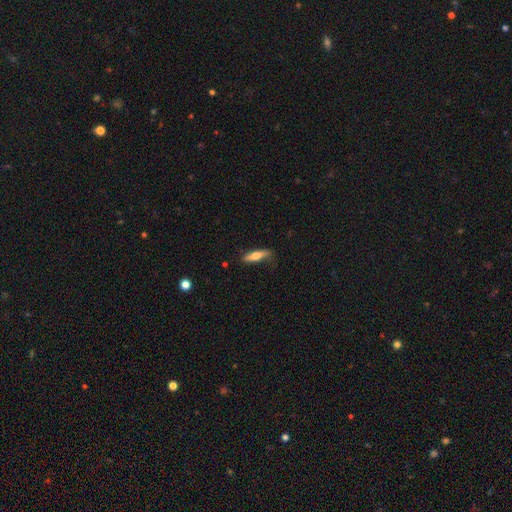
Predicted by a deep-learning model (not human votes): Smooth or featured: smooth — 65% (featured or disk — 29%)
How rounded: cigar-shaped — 66% (in between — 32%)
Merging: none — 63% (minor disturbance — 27%)